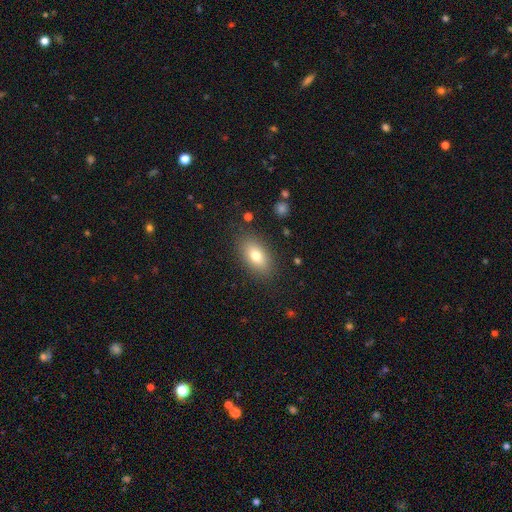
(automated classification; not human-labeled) Smooth or featured? Predicted: smooth (p=0.76). How rounded? Predicted: in between (p=0.88). Merging? Predicted: none (p=0.85).